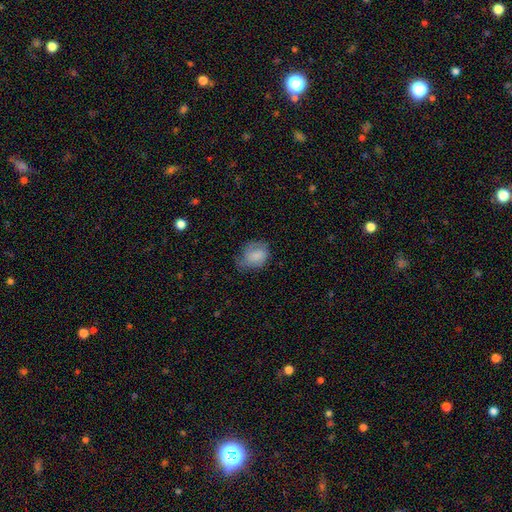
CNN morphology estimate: A smooth galaxy with no disk features (74%) that is in between round and cigar-shaped (52%).

Vote fractions:
- Smooth or featured? smooth: 74% / featured or disk: 18% / star or artifact: 8%
- How rounded? in between: 52% / round: 47% / cigar-shaped: 1%
- Merging? none: 47% / minor disturbance: 35% / major disturbance: 16% / merger: 1%